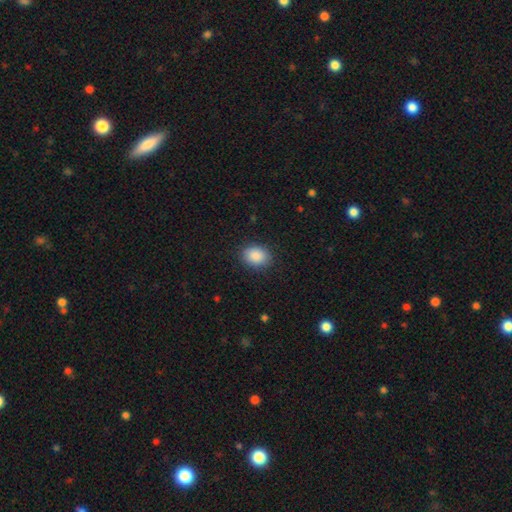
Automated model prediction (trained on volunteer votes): Q: Smooth or featured?
A: smooth (89%); runner-up: star or artifact (7%)
Q: How rounded?
A: in between (64%); runner-up: round (35%)
Q: Merging?
A: none (87%); runner-up: minor disturbance (9%)